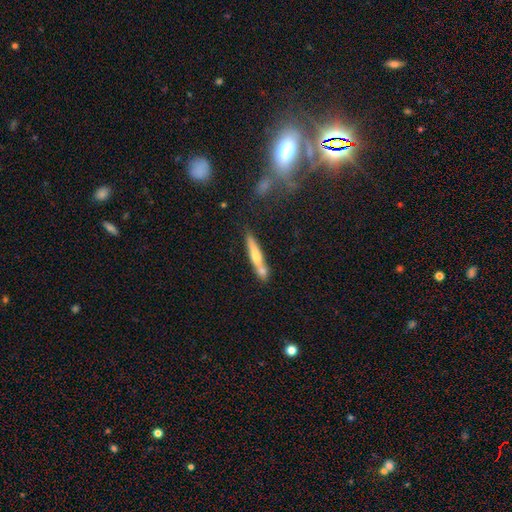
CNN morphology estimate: smooth-or-featured: smooth: 48% | featured or disk: 44% | star or artifact: 8%
  merging: none: 62% | merger: 20% | minor disturbance: 14% | major disturbance: 4%